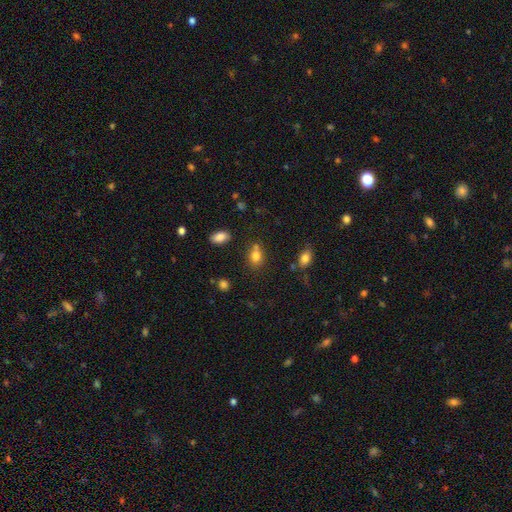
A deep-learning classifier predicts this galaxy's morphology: Smooth or featured? Predicted: smooth (p=0.79). How rounded? Predicted: in between (p=0.70). Merging? Predicted: none (p=0.56).